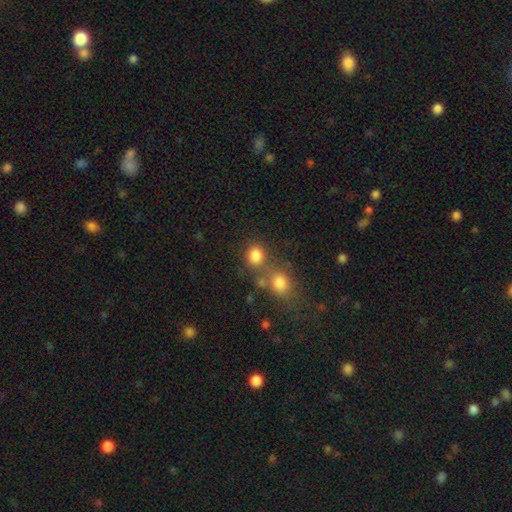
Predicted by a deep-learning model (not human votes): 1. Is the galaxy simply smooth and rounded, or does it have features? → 83% smooth, 12% star or artifact, 6% featured or disk.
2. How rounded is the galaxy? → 69% round, 30% in between, 1% cigar-shaped.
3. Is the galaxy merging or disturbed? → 58% none, 26% merger, 10% minor disturbance, 5% major disturbance.